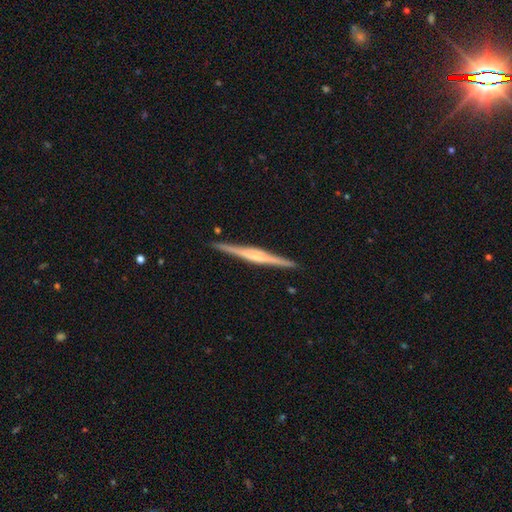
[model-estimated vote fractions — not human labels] Smooth or featured? Predicted: featured or disk (p=0.79). Edge-on disk? Predicted: yes (p=0.98). Edge-on bulge? Predicted: rounded (p=0.50). Merging? Predicted: none (p=0.91).